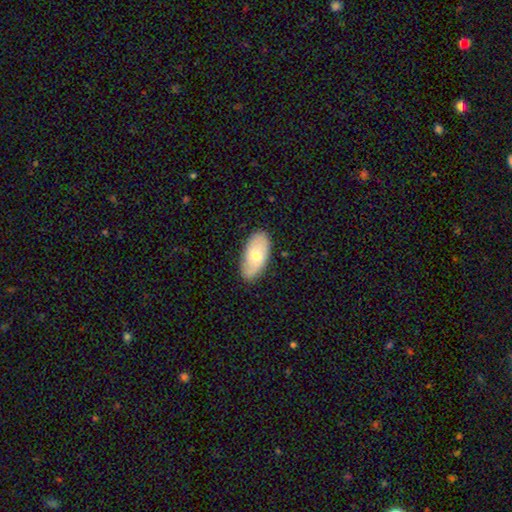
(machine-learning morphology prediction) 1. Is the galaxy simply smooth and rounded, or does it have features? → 62% smooth, 32% featured or disk, 6% star or artifact.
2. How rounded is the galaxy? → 93% in between, 4% cigar-shaped, 3% round.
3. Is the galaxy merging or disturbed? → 82% none, 14% minor disturbance, 3% major disturbance, 1% merger.